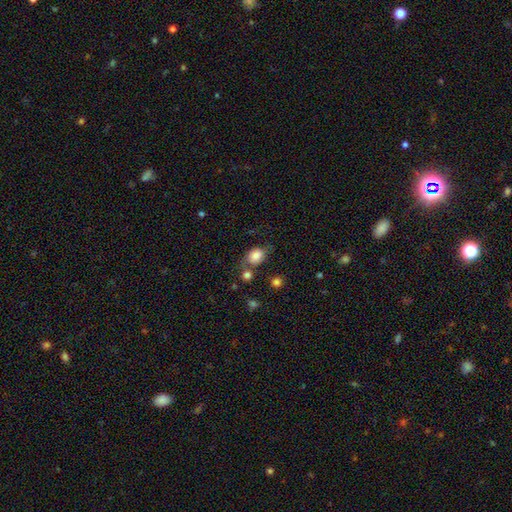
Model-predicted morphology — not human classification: Q: Smooth or featured?
A: smooth (81%); runner-up: featured or disk (10%)
Q: How rounded?
A: in between (64%); runner-up: round (34%)
Q: Merging?
A: none (55%); runner-up: minor disturbance (22%)